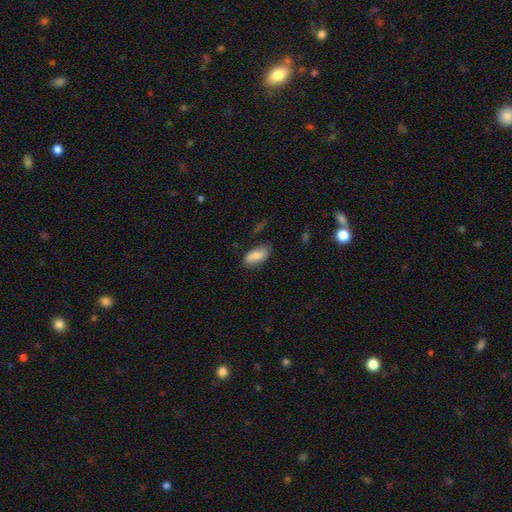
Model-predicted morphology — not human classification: Smooth or featured: smooth — 83% (featured or disk — 10%)
How rounded: in between — 89% (cigar-shaped — 9%)
Merging: none — 71% (minor disturbance — 22%)